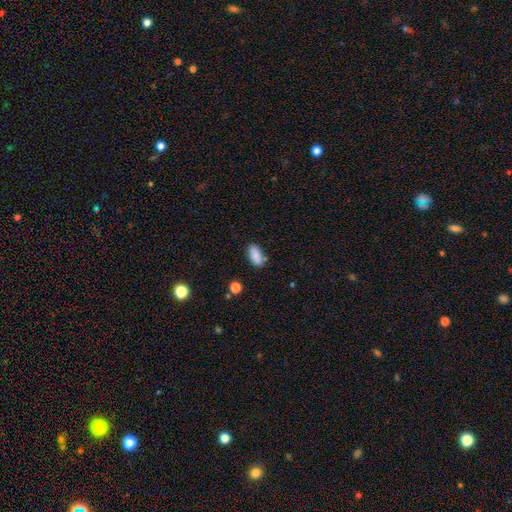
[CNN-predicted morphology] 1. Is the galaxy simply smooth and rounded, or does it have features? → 86% smooth, 8% star or artifact, 6% featured or disk.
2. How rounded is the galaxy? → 89% in between, 8% cigar-shaped, 3% round.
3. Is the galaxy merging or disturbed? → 75% none, 16% minor disturbance, 6% merger, 3% major disturbance.